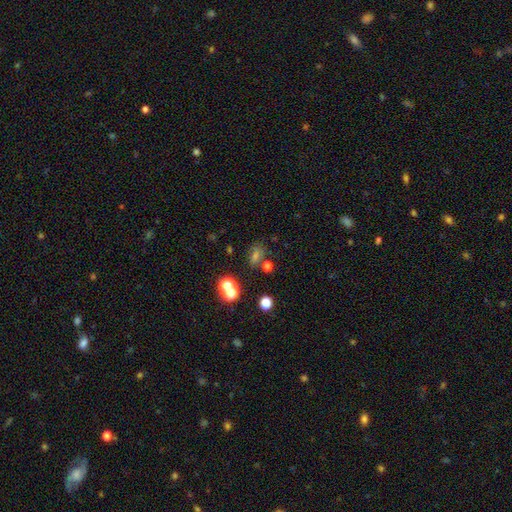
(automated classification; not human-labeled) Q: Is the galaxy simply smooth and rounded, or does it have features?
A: smooth — 45%.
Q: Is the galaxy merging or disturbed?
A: none — 63%.